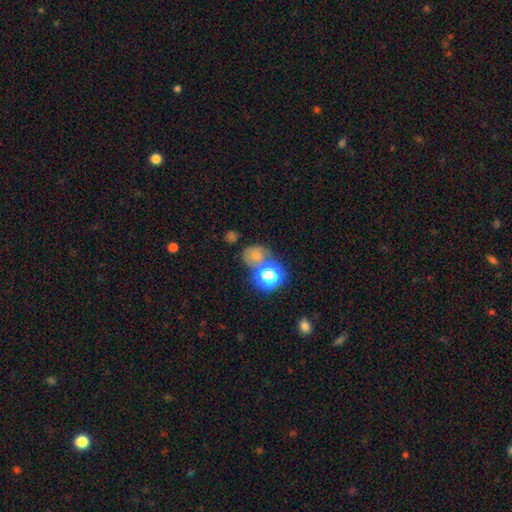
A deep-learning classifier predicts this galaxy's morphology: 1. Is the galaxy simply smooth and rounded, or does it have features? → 60% smooth, 26% star or artifact, 14% featured or disk.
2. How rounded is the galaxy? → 67% round, 32% in between, 1% cigar-shaped.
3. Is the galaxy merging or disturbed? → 46% none, 29% merger, 15% minor disturbance, 10% major disturbance.